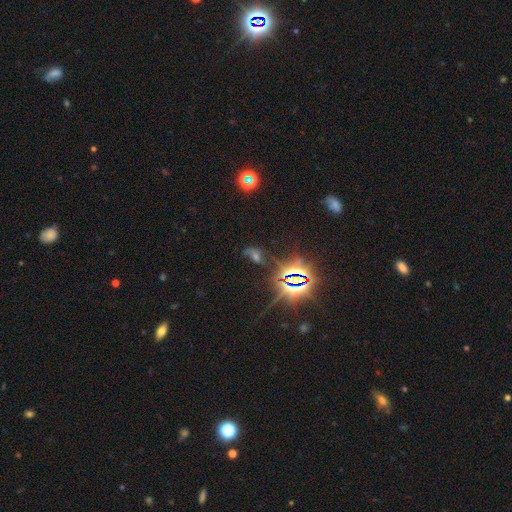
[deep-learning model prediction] Smooth or featured? star or artifact (58%)